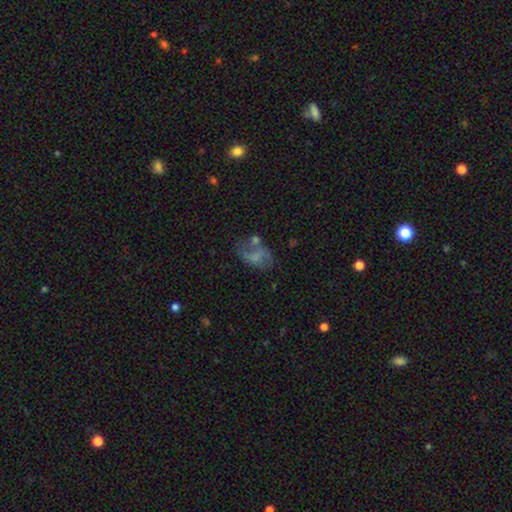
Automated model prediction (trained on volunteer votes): Smooth or featured?
  - featured or disk: 44% *
  - smooth: 43%
  - star or artifact: 13%
Merging?
  - none: 39% *
  - major disturbance: 23%
  - minor disturbance: 23%
  - merger: 15%